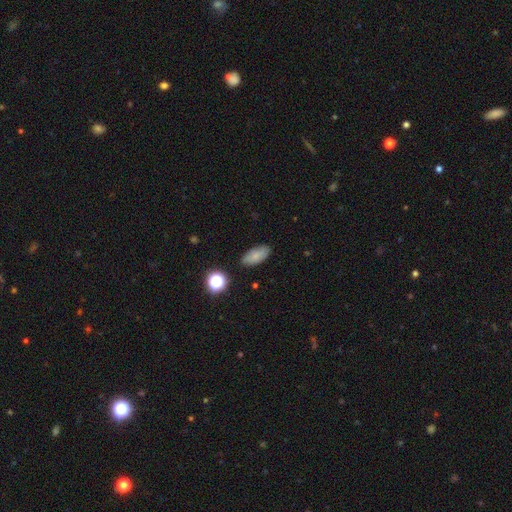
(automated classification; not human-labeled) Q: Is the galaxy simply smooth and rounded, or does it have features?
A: smooth — 75%.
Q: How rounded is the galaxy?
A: in between — 89%.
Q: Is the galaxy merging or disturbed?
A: none — 83%.